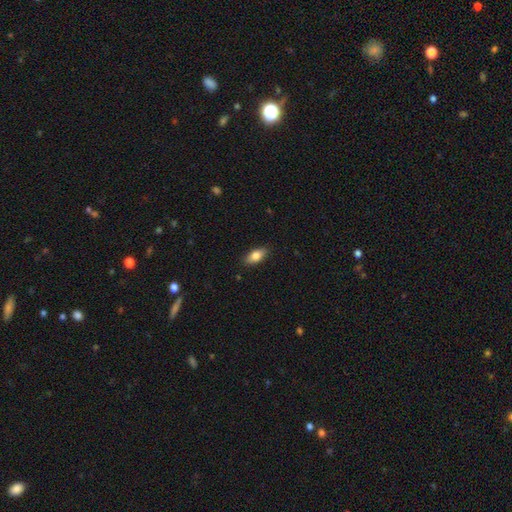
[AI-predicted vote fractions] This appears to be a smooth galaxy with no disk features (79%) that is in between round and cigar-shaped (86%). Merging: none (88%).